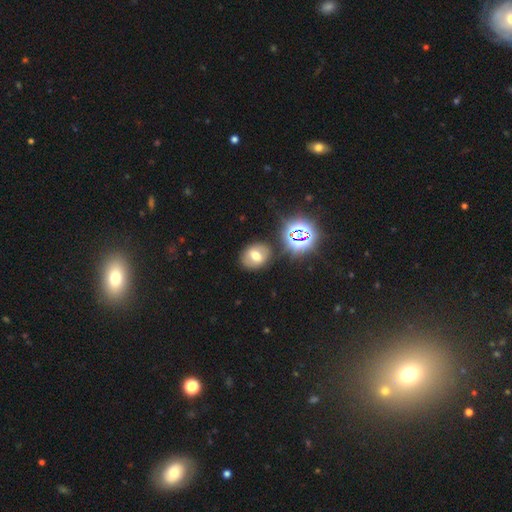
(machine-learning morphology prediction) A smooth galaxy with no disk features (53%) that is round (51%). Merging: none (81%).